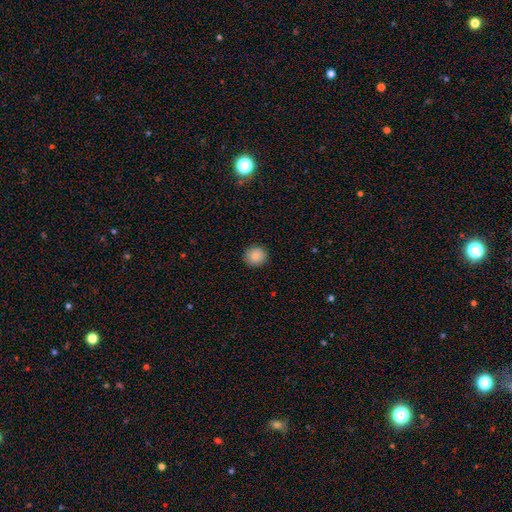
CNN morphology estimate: Q: Smooth or featured?
A: smooth (87%); runner-up: star or artifact (9%)
Q: How rounded?
A: round (91%); runner-up: in between (8%)
Q: Merging?
A: none (91%); runner-up: minor disturbance (6%)